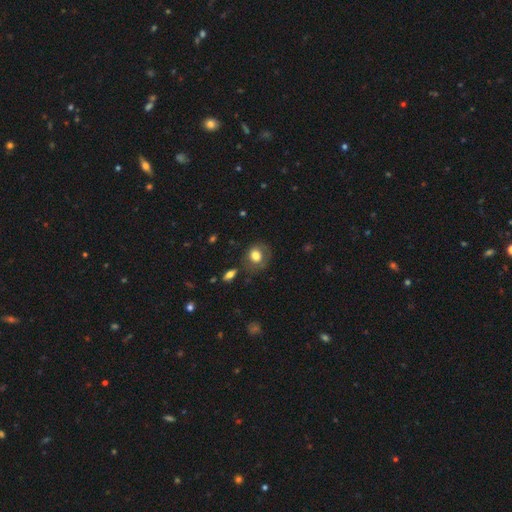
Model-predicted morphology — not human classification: A smooth galaxy with no disk features (71%) that is round (66%). Merging: none (63%).